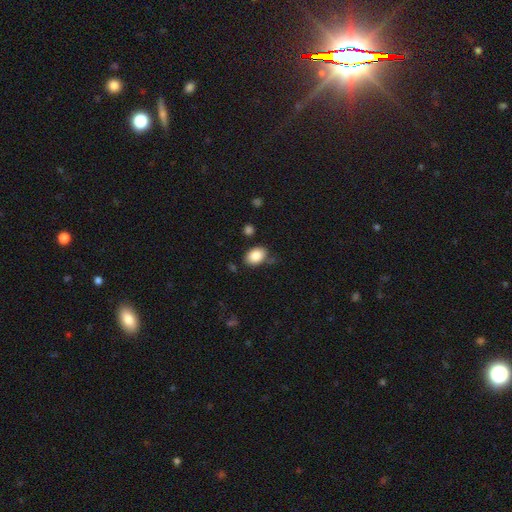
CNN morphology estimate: Q: Smooth or featured?
A: smooth (86%); runner-up: star or artifact (8%)
Q: How rounded?
A: in between (80%); runner-up: round (18%)
Q: Merging?
A: none (72%); runner-up: minor disturbance (18%)